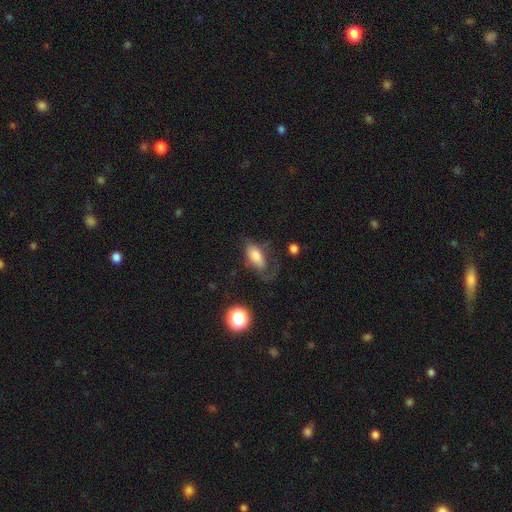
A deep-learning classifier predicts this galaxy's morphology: Q: Smooth or featured?
A: smooth (72%); runner-up: featured or disk (18%)
Q: How rounded?
A: in between (87%); runner-up: cigar-shaped (8%)
Q: Merging?
A: none (39%); runner-up: major disturbance (31%)